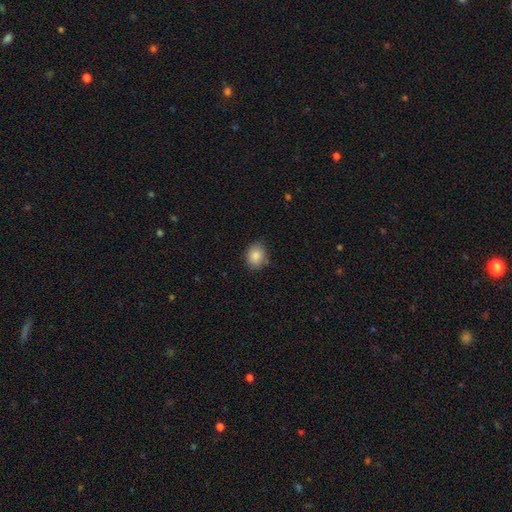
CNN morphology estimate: Smooth or featured?
  - smooth: 86% *
  - star or artifact: 9%
  - featured or disk: 5%
How rounded?
  - round: 55% *
  - in between: 44%
  - cigar-shaped: 1%
Merging?
  - none: 78% *
  - minor disturbance: 18%
  - major disturbance: 3%
  - merger: 1%